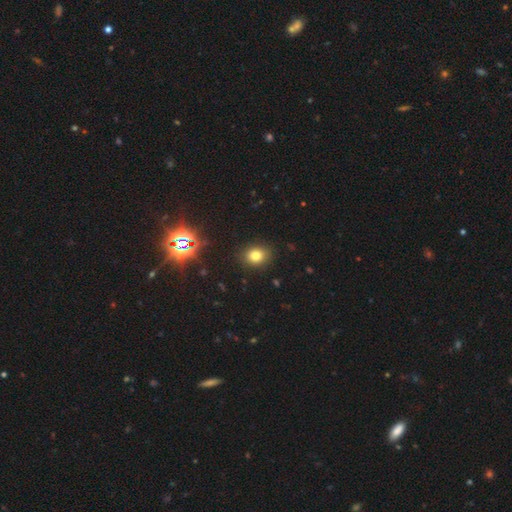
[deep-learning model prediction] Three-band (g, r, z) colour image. It shows a smooth galaxy with no disk features (76%) that is round (60%). Merging: none (88%).